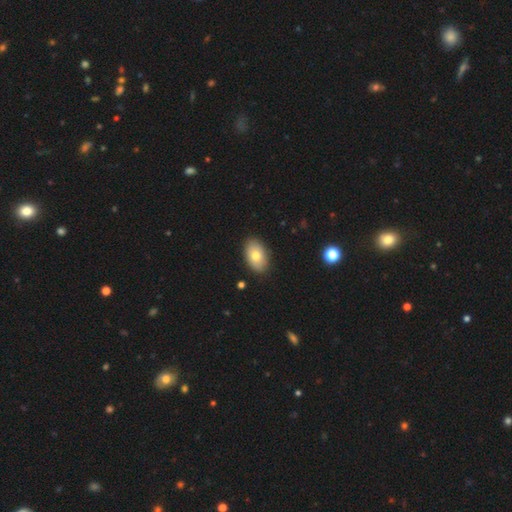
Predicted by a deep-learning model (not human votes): Morphology: type=smooth (75%); roundness=in between (91%); merging=none (88%).